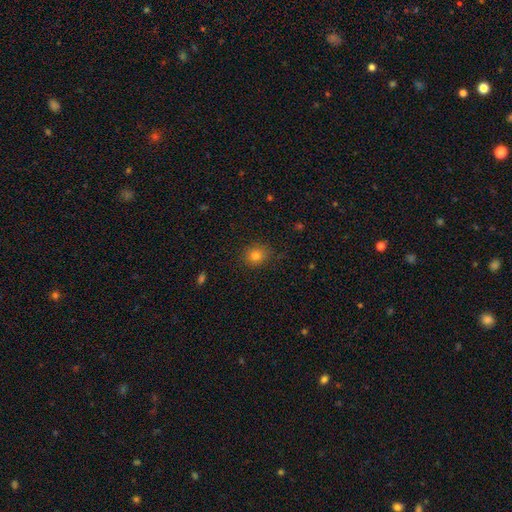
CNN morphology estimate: smooth 80%, star or artifact 13%, featured or disk 7%. Down the decision tree: how rounded — round (80%); merging — none (85%).